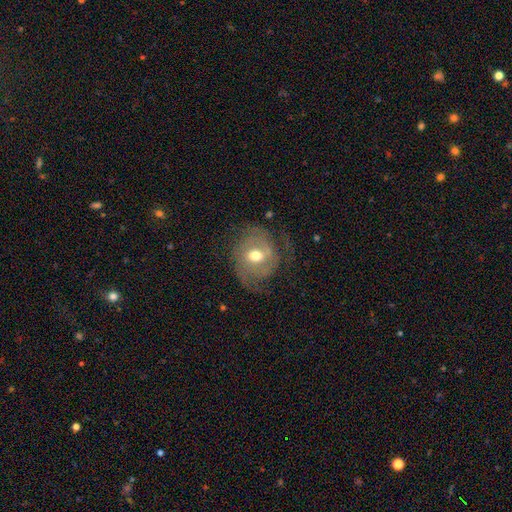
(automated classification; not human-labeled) Smooth or featured? featured or disk (67%)
Edge-on disk? no (96%)
Bar? no (53%)
Spiral arms? yes (79%)
Spiral winding? medium (40%)
Spiral arm count? 2 (57%)
Bulge size? moderate (76%)
Merging? none (57%)